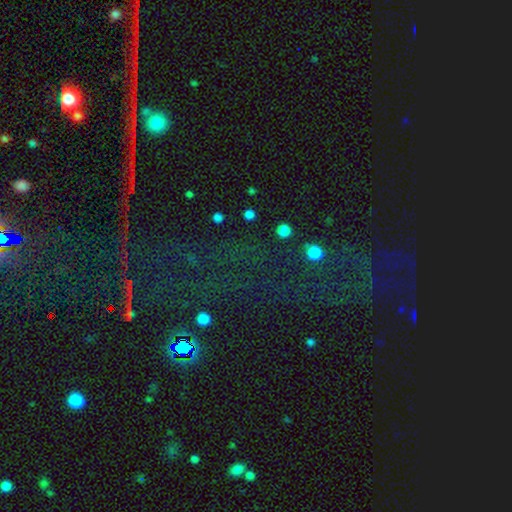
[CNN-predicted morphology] Overall: star or artifact (74%).